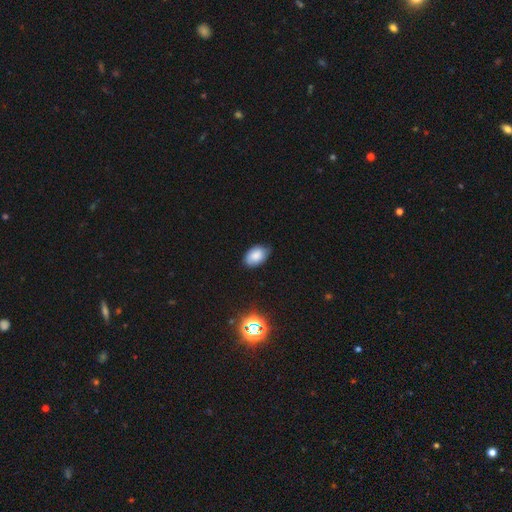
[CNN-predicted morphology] Smooth or featured: smooth — 81% (star or artifact — 10%)
How rounded: in between — 90% (round — 9%)
Merging: none — 73% (minor disturbance — 22%)